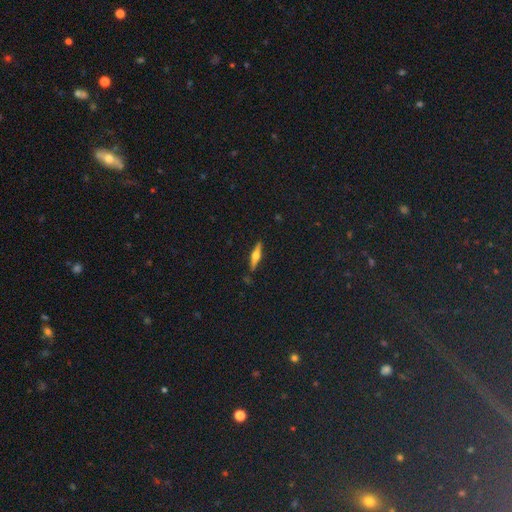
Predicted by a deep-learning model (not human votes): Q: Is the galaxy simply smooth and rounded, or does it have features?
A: featured or disk — 65%.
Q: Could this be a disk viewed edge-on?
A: yes — 97%.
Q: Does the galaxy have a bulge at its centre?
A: rounded — 93%.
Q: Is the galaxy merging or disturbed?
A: none — 89%.